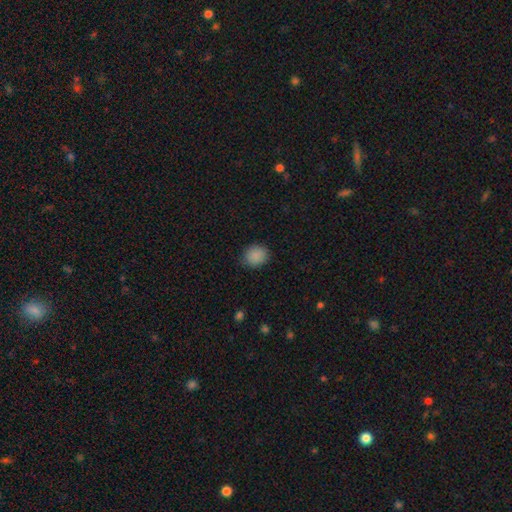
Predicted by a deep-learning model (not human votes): Overall: smooth (88%). How rounded: round (71%). Merging: none (84%).